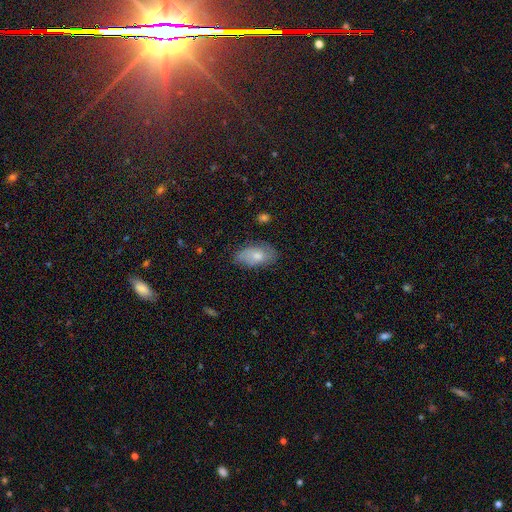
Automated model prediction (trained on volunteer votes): smooth-or-featured: smooth: 69% | featured or disk: 24% | star or artifact: 7%
  how-rounded: in between: 92% | round: 5% | cigar-shaped: 2%
  merging: none: 71% | minor disturbance: 22% | major disturbance: 5% | merger: 2%